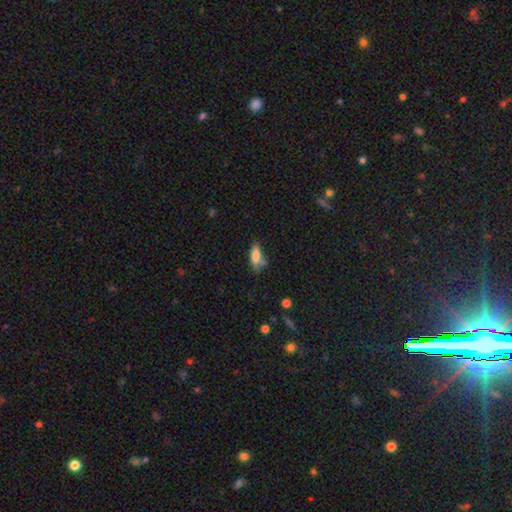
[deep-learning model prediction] This appears to be a smooth galaxy with no disk features (77%) that is in between round and cigar-shaped (67%). Merging: none (57%).